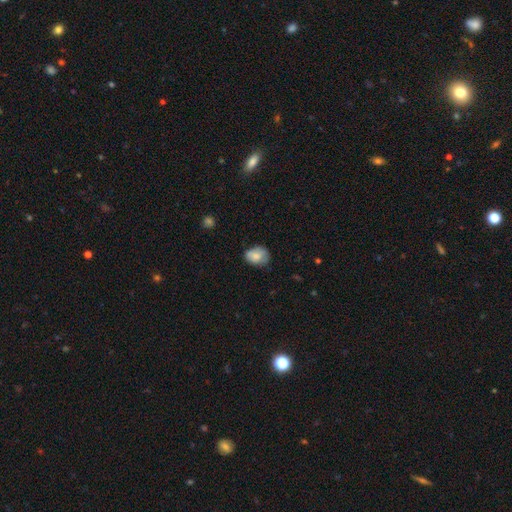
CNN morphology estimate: The model was most divided on "how rounded": in between: 62%, round: 37%, cigar-shaped: 1%. More confident: smooth or featured — smooth (77%); merging — none (59%).